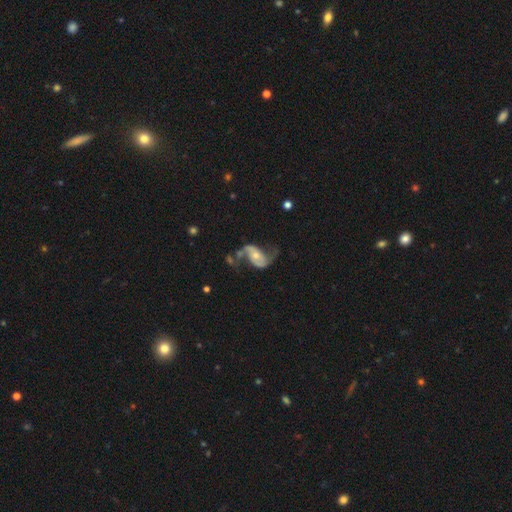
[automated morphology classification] A featured or disk galaxy (83%) with no bar (54%), 2 (90%) loose (64%) spiral arms (93%) and a moderate central bulge (47%).

Vote fractions:
- Smooth or featured? featured or disk: 83% / smooth: 11% / star or artifact: 6%
- Edge-on disk? no: 97% / yes: 3%
- Bar? no: 54% / weak: 31% / strong: 15%
- Spiral arms? yes: 93% / no: 7%
- Spiral winding? loose: 64% / medium: 28% / tight: 8%
- Spiral arm count? 2: 90% / can't tell: 3% / 1: 3% / 3: 1% / 4: 1% / more than 4: 1%
- Bulge size? moderate: 47% / small: 45% / large: 4% / none: 3% / dominant: 1%
- Merging? none: 47% / major disturbance: 22% / minor disturbance: 20% / merger: 11%